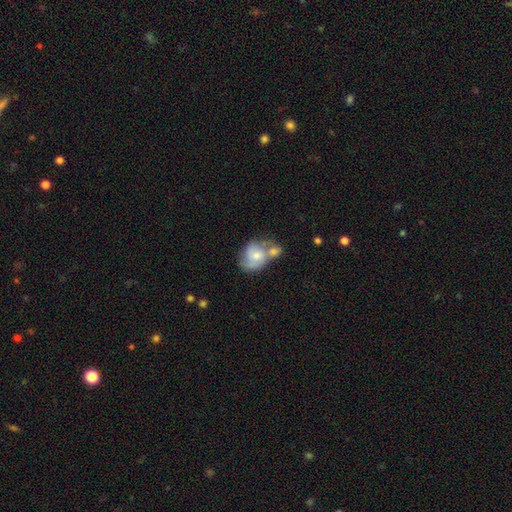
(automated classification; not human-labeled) Morphology: type=smooth (54%); roundness=round (53%); merging=merger (56%).